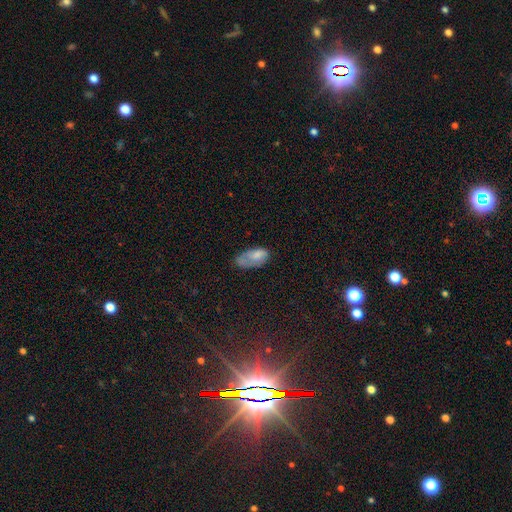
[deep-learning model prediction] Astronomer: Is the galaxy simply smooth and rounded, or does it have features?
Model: smooth — 72%.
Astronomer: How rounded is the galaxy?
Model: in between — 92%.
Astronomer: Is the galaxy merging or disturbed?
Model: none — 36% (runner-up: minor disturbance, 35%).